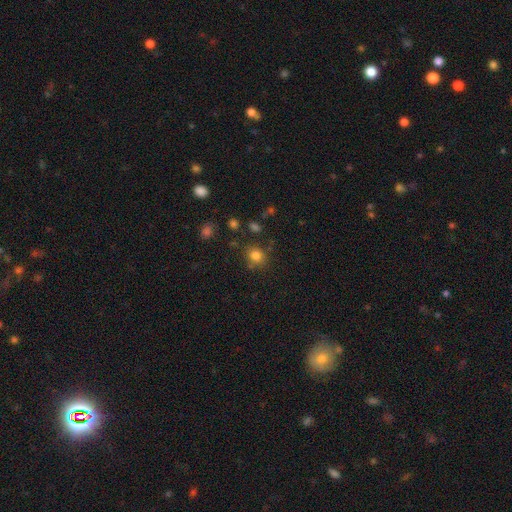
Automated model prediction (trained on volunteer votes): smooth_or_featured: smooth (p=0.80) [alt: star or artifact p=0.14]
how_rounded: round (p=0.76) [alt: in between p=0.23]
merging: none (p=0.78) [alt: minor disturbance p=0.12]